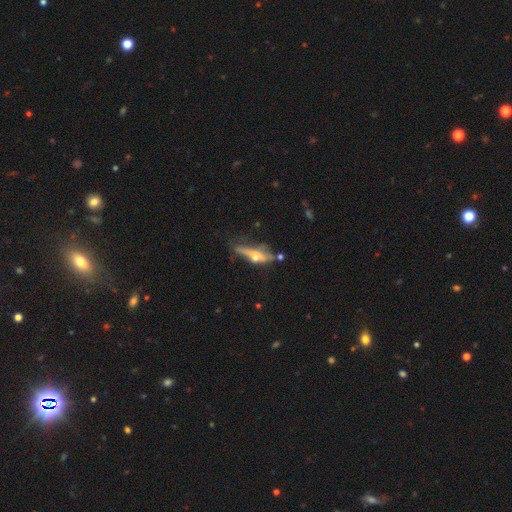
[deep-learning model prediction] This is possibly a featured or disk galaxy (55%). It is likely viewed edge-on (73%). Merging: marginally none (37%).